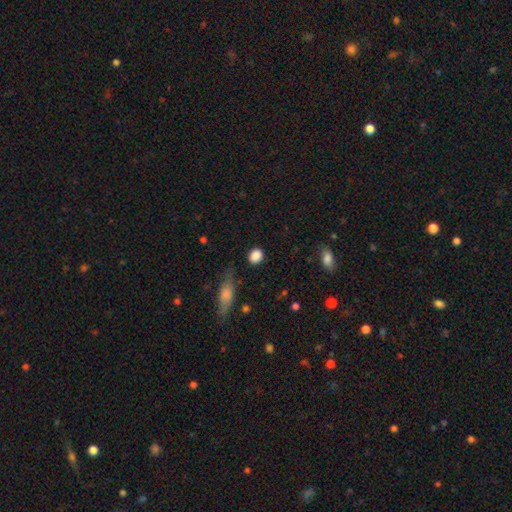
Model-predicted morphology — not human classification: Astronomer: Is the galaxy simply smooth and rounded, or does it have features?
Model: smooth — 87%.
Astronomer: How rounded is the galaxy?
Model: round — 70%.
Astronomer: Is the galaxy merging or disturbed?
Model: none — 84%.